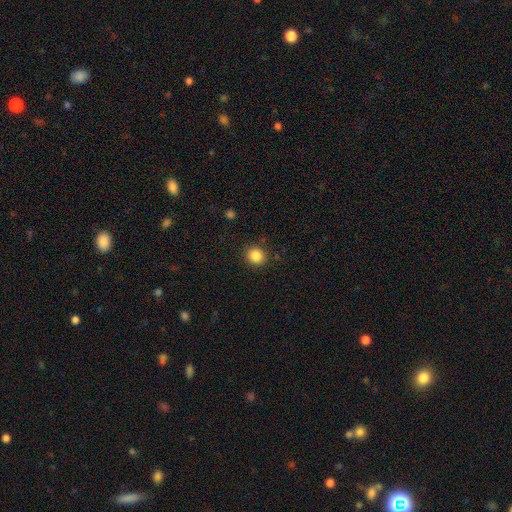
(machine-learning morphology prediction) Smooth or featured?
  - smooth: 85% *
  - star or artifact: 10%
  - featured or disk: 4%
How rounded?
  - round: 86% *
  - in between: 13%
  - cigar-shaped: 1%
Merging?
  - none: 88% *
  - minor disturbance: 8%
  - major disturbance: 3%
  - merger: 1%